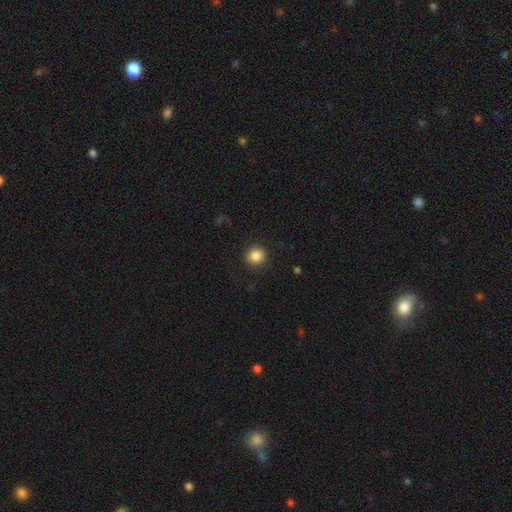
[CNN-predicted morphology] This appears to be a smooth galaxy with no disk features (86%) that is round (90%). Merging: none (89%).